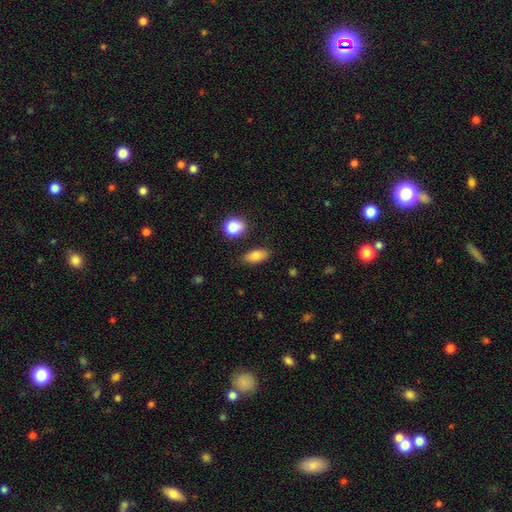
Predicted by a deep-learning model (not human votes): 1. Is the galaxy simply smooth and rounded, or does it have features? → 82% smooth, 10% featured or disk, 8% star or artifact.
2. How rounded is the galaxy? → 85% in between, 9% cigar-shaped, 5% round.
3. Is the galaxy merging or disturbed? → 85% none, 10% minor disturbance, 3% merger, 3% major disturbance.